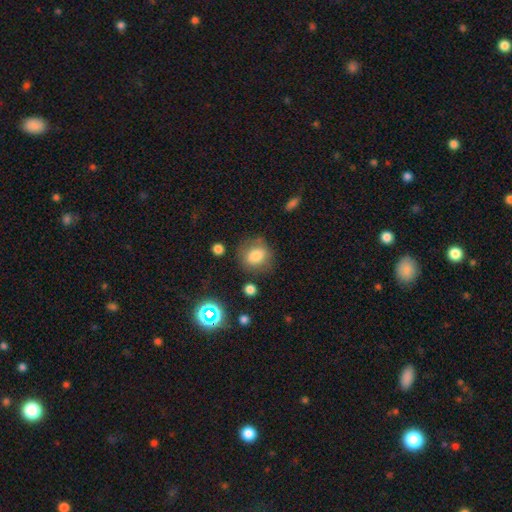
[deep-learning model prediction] Smooth or featured? smooth (77%)
How rounded? round (72%)
Merging? none (71%)